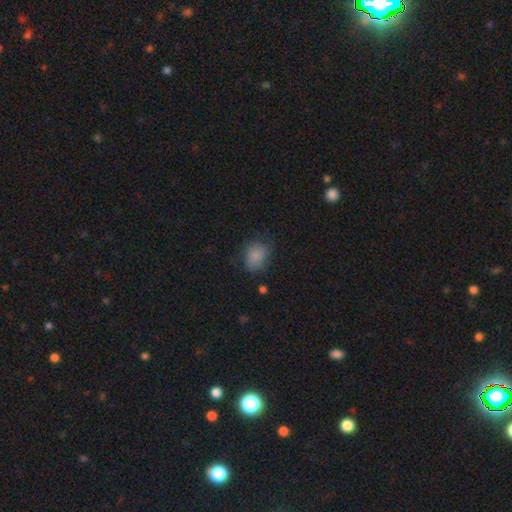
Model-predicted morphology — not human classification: Smooth or featured?
  - smooth: 83% *
  - star or artifact: 10%
  - featured or disk: 7%
How rounded?
  - round: 50% *
  - in between: 49%
  - cigar-shaped: 1%
Merging?
  - none: 68% *
  - minor disturbance: 23%
  - major disturbance: 8%
  - merger: 2%